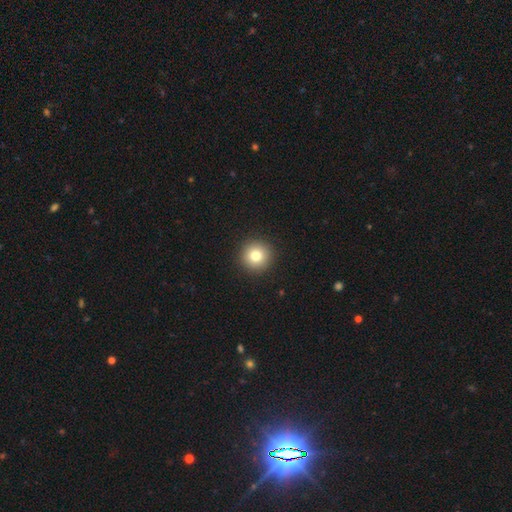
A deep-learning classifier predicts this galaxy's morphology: smooth_or_featured: smooth (p=0.80) [alt: star or artifact p=0.11]
how_rounded: round (p=0.95) [alt: in between p=0.04]
merging: none (p=0.93) [alt: minor disturbance p=0.05]